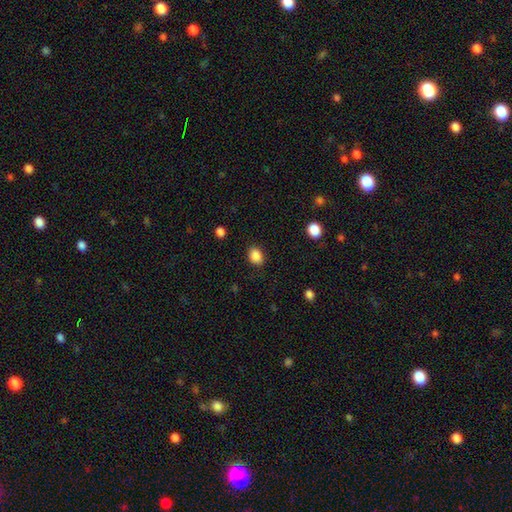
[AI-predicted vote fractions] This is clearly a smooth galaxy (88%). How rounded: likely in between (66%). Merging: clearly none (84%).